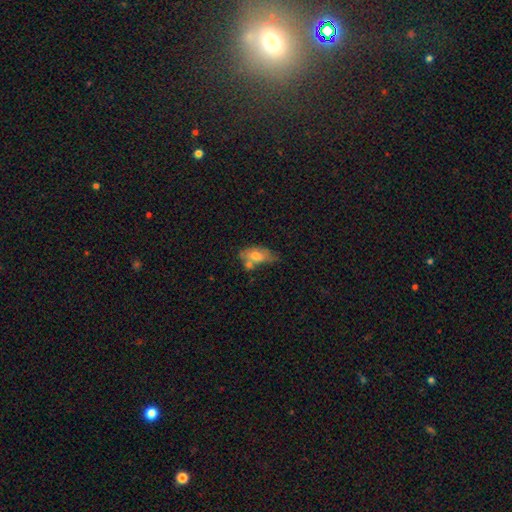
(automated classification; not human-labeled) This appears to be a smooth galaxy with no disk features (66%) that is in between round and cigar-shaped (87%). Merging: none (35%).